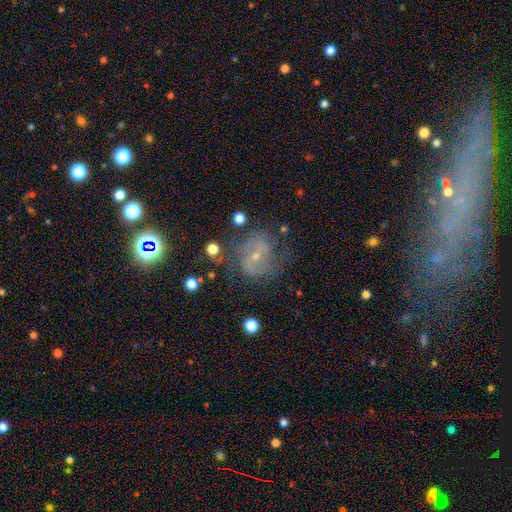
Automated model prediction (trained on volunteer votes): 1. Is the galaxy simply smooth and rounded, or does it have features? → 66% featured or disk, 18% smooth, 16% star or artifact.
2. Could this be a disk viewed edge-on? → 96% no, 4% yes.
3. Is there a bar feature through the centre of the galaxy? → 44% no, 39% weak, 17% strong.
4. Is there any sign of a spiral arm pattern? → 80% yes, 20% no.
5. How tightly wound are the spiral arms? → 44% medium, 32% tight, 23% loose.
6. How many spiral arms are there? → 57% 2, 27% can't tell, 6% 3, 5% 1, 3% 4, 2% more than 4.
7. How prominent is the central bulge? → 72% small, 24% moderate, 3% none, 1% large, 1% dominant.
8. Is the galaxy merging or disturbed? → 58% none, 22% minor disturbance, 17% major disturbance, 3% merger.